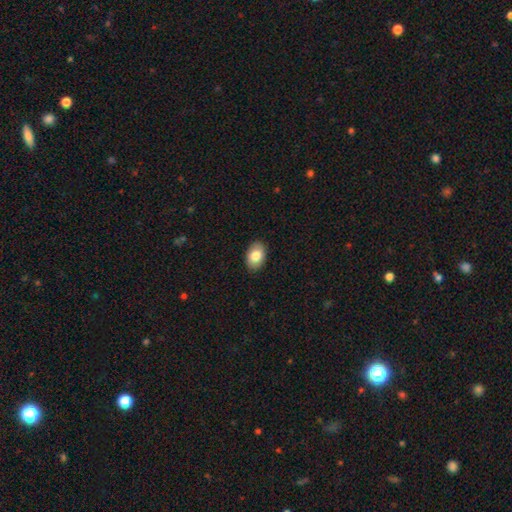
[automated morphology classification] Smooth or featured? smooth (82%)
How rounded? in between (86%)
Merging? none (89%)